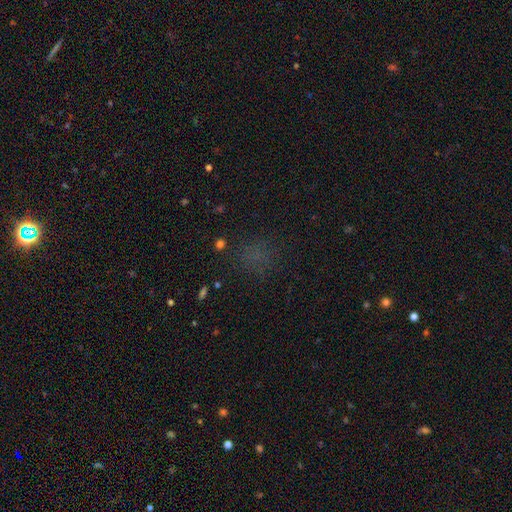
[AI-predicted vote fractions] Smooth or featured: smooth — 53% (star or artifact — 38%)
How rounded: round — 72% (in between — 26%)
Merging: none — 75% (minor disturbance — 13%)